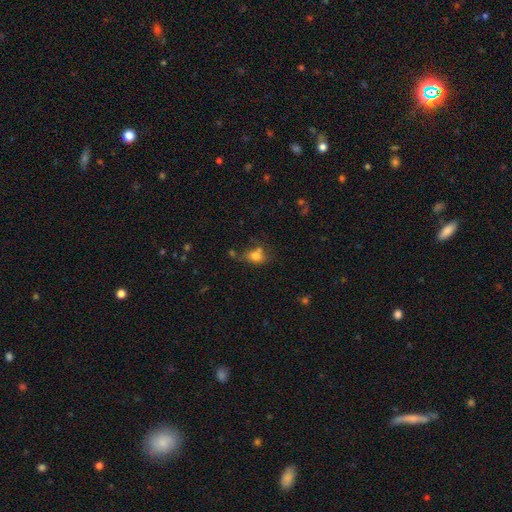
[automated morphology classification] The model was most divided on "merging": none: 45%, minor disturbance: 22%, merger: 21%, major disturbance: 11%. More confident: smooth or featured — smooth (74%); how rounded — in between (65%).